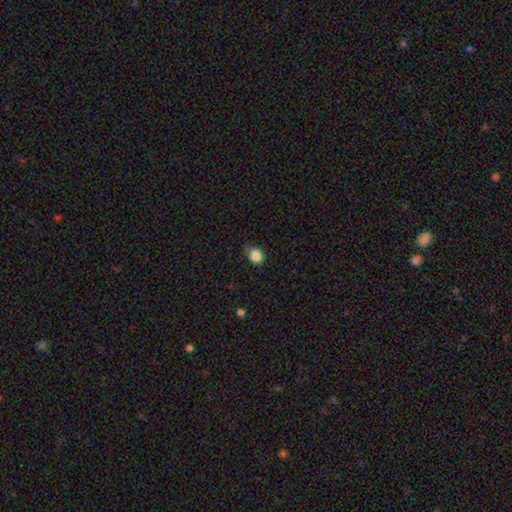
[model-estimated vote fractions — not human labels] A smooth galaxy with no disk features (86%) that is round (60%). Merging: none (75%).